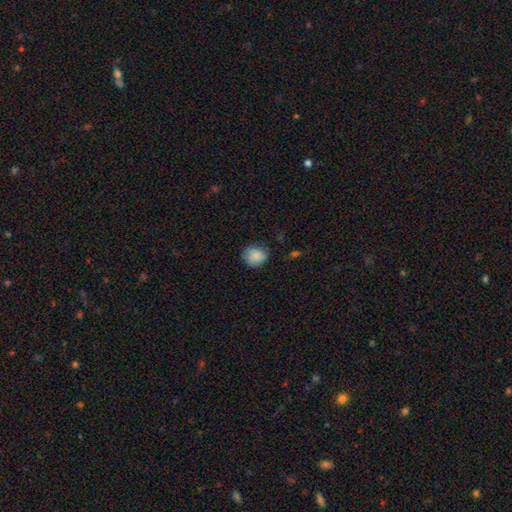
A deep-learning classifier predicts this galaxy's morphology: A smooth galaxy with no disk features (85%) that is round (74%).

Vote fractions:
- Smooth or featured? smooth: 85% / featured or disk: 8% / star or artifact: 7%
- How rounded? round: 74% / in between: 25% / cigar-shaped: 1%
- Merging? none: 73% / minor disturbance: 22% / major disturbance: 5% / merger: 1%